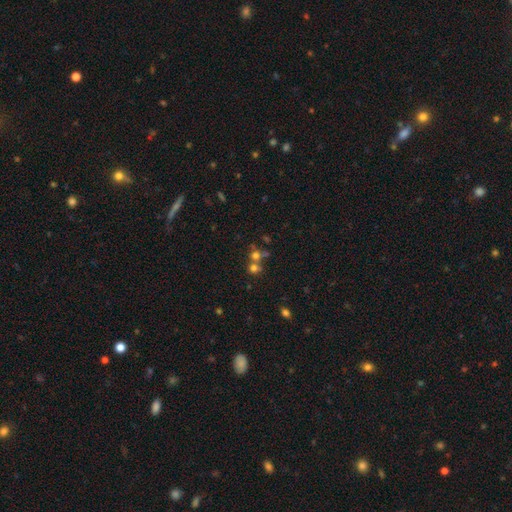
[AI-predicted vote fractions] A smooth galaxy with no disk features (60%) that is round (85%). Merging: merger (45%).